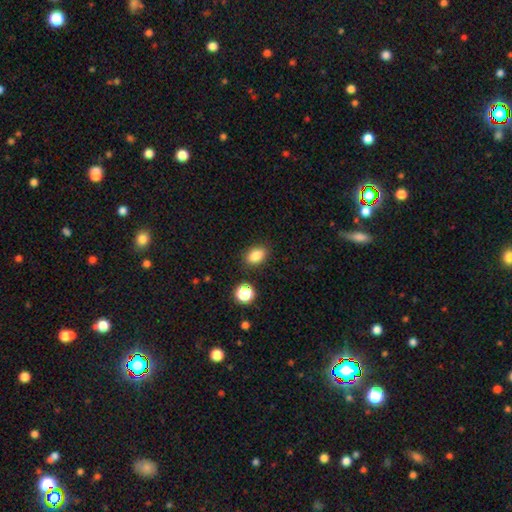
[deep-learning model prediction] A smooth galaxy with no disk features (85%) that is in between round and cigar-shaped (83%).

Vote fractions:
- Smooth or featured? smooth: 85% / star or artifact: 10% / featured or disk: 5%
- How rounded? in between: 83% / round: 16% / cigar-shaped: 2%
- Merging? none: 86% / minor disturbance: 9% / major disturbance: 3% / merger: 2%